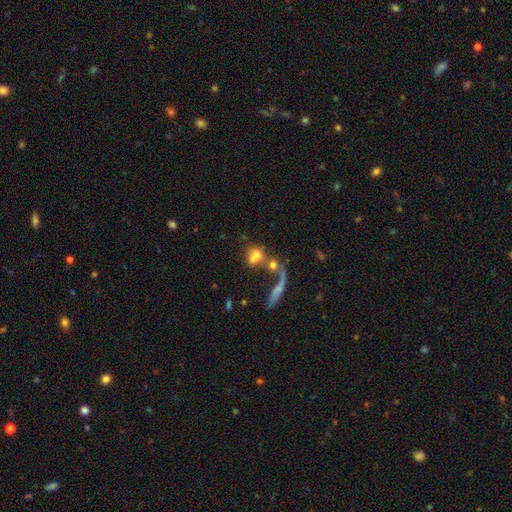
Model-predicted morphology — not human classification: Smooth or featured: smooth — 60% (featured or disk — 27%)
How rounded: in between — 50% (round — 42%)
Merging: merger — 57% (none — 21%)